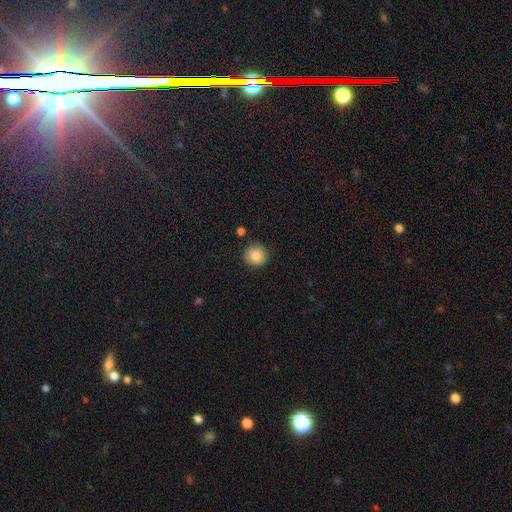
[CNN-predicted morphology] Overall: smooth (85%). How rounded: round (93%). Merging: none (87%).